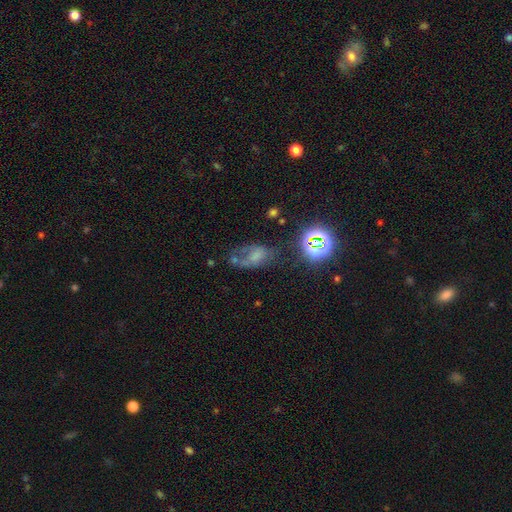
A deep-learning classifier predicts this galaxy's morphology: smooth 46%, featured or disk 29%, star or artifact 24%. Down the decision tree: merging — none (32%, tied with major disturbance).